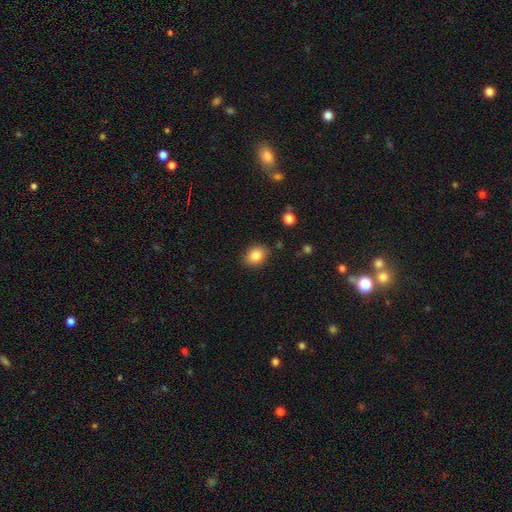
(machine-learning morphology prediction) A smooth galaxy with no disk features (84%) that is in between round and cigar-shaped (61%). Merging: none (85%).